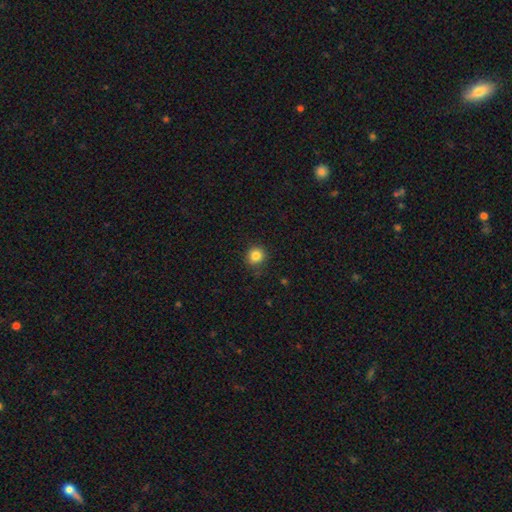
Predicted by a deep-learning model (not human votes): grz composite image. It shows a smooth galaxy with no disk features (84%) that is round (91%). Merging: none (88%).